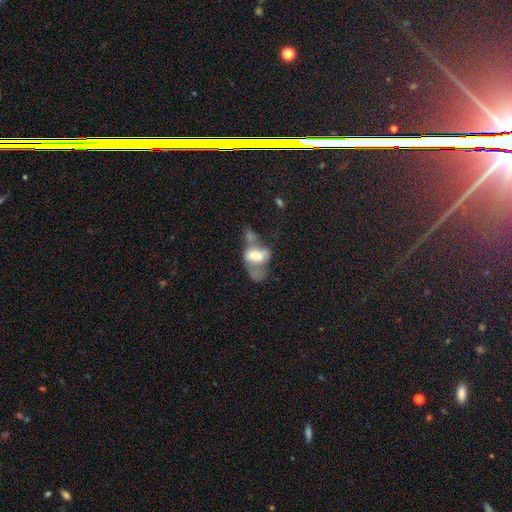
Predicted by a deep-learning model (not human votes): Q: Smooth or featured?
A: smooth (48%); runner-up: featured or disk (41%)
Q: Merging?
A: major disturbance (36%); runner-up: merger (35%)